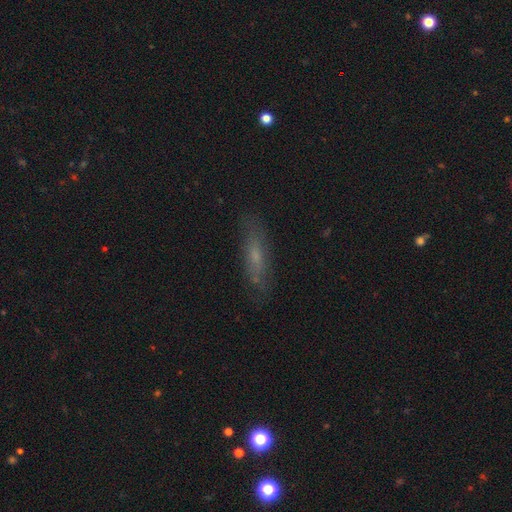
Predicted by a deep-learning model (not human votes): A smooth galaxy with no disk features (52%) that is cigar-shaped (68%). Merging: none (79%).